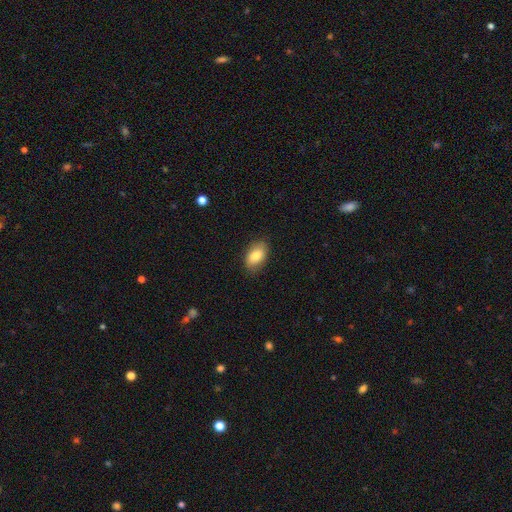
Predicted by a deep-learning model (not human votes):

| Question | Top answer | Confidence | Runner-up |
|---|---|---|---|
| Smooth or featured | smooth | 81% | featured or disk (12%) |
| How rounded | in between | 91% | round (7%) |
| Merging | none | 84% | minor disturbance (12%) |